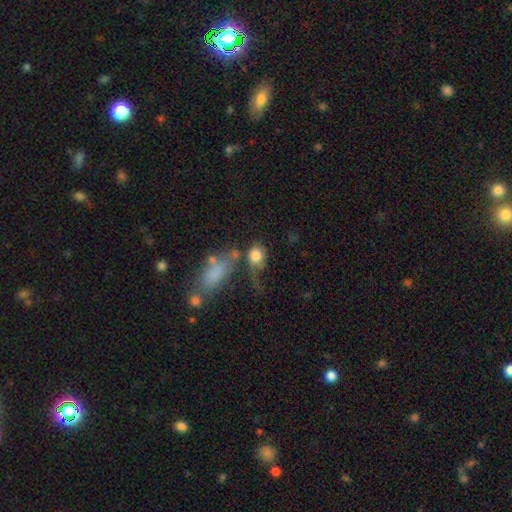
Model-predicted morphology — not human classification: smooth 77%, featured or disk 14%, star or artifact 9%. Down the decision tree: how rounded — round (60%); merging — none (31%).